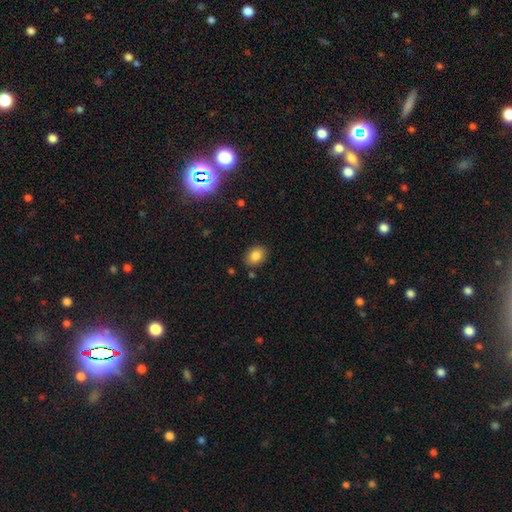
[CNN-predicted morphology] Smooth or featured?
  - smooth: 84% *
  - star or artifact: 9%
  - featured or disk: 7%
How rounded?
  - in between: 63% *
  - round: 36%
  - cigar-shaped: 1%
Merging?
  - none: 85% *
  - minor disturbance: 10%
  - merger: 3%
  - major disturbance: 2%